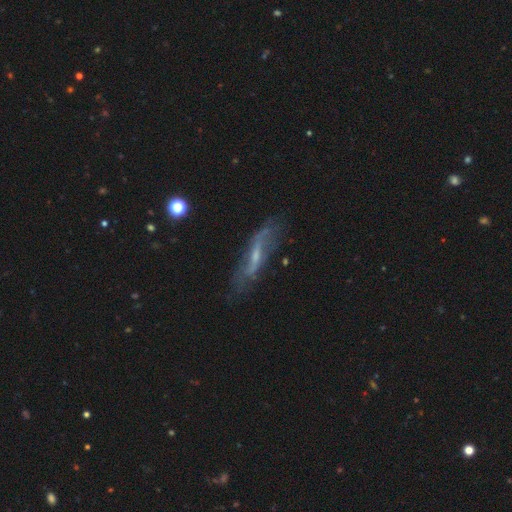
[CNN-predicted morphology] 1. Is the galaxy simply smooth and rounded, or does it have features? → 69% featured or disk, 22% smooth, 9% star or artifact.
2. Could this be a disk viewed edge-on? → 61% no, 39% yes.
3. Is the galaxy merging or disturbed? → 66% none, 22% minor disturbance, 10% major disturbance, 3% merger.